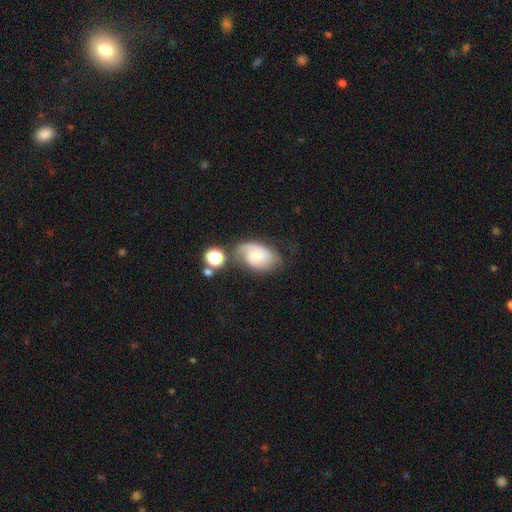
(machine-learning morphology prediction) smooth_or_featured: featured or disk (p=0.53) [alt: smooth p=0.39]
disk_edge_on: no (p=0.95) [alt: yes p=0.05]
bar: no (p=0.68) [alt: weak p=0.28]
has_spiral_arms: yes (p=0.84) [alt: no p=0.16]
bulge_size: moderate (p=0.48) [alt: small p=0.40]
merging: none (p=0.48) [alt: minor disturbance p=0.27]